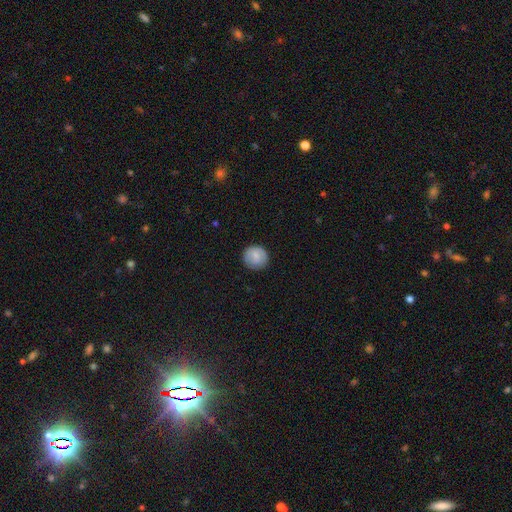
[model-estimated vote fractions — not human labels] smooth-or-featured: smooth: 81% | featured or disk: 12% | star or artifact: 7%
  how-rounded: round: 92% | in between: 7% | cigar-shaped: 1%
  merging: none: 88% | minor disturbance: 9% | major disturbance: 2% | merger: 1%